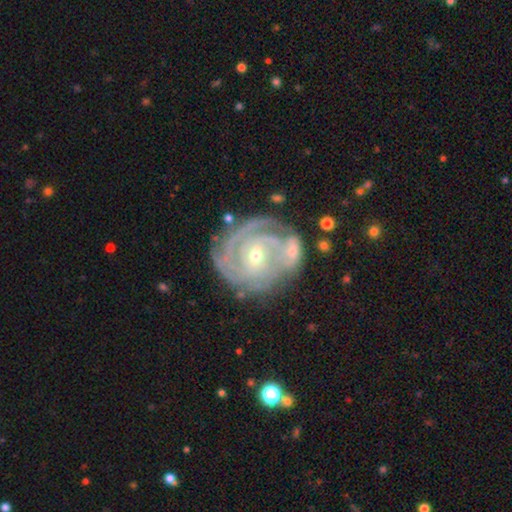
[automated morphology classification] This appears to be a featured or disk galaxy (87%) with no bar (56%), 3 (28%) tight (80%) spiral arms (96%) and a small central bulge (60%). Merging: none (63%).